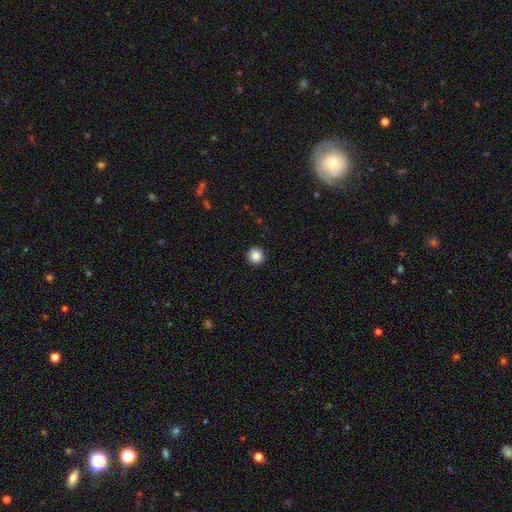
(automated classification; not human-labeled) Smooth or featured: smooth — 87% (star or artifact — 9%)
How rounded: round — 95% (in between — 4%)
Merging: none — 92% (minor disturbance — 5%)